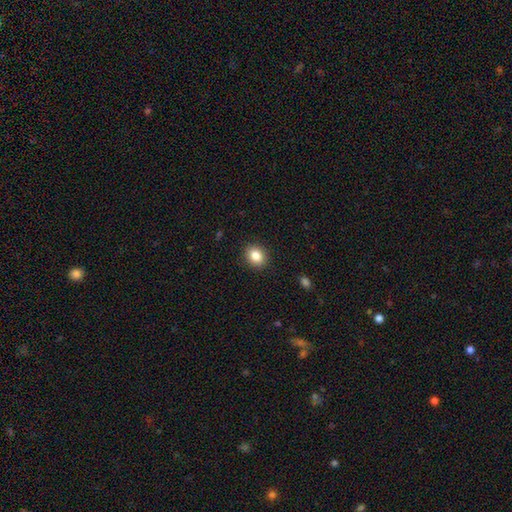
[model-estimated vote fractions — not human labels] Smooth or featured?
  - smooth: 85% *
  - star or artifact: 9%
  - featured or disk: 6%
How rounded?
  - round: 55% *
  - in between: 44%
  - cigar-shaped: 1%
Merging?
  - none: 90% *
  - minor disturbance: 7%
  - major disturbance: 2%
  - merger: 1%